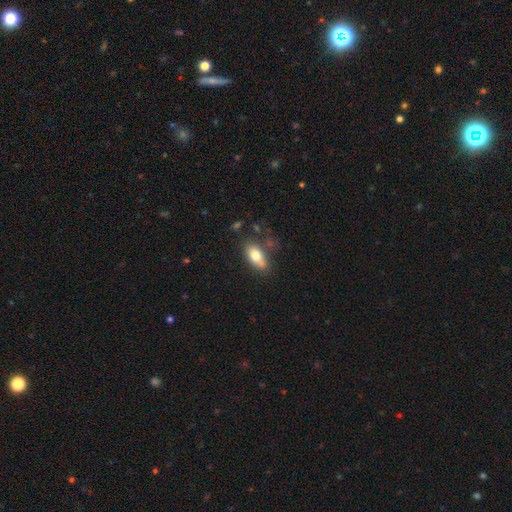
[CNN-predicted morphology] smooth-or-featured: smooth: 76% | featured or disk: 17% | star or artifact: 8%
  how-rounded: in between: 87% | cigar-shaped: 8% | round: 6%
  merging: none: 58% | minor disturbance: 24% | merger: 11% | major disturbance: 8%